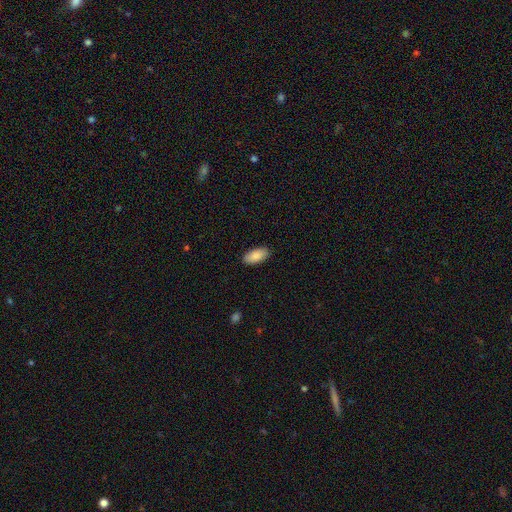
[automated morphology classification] The model was most divided on "smooth or featured": smooth: 86%, featured or disk: 7%, star or artifact: 6%. More confident: how rounded — in between (93%); merging — none (89%).